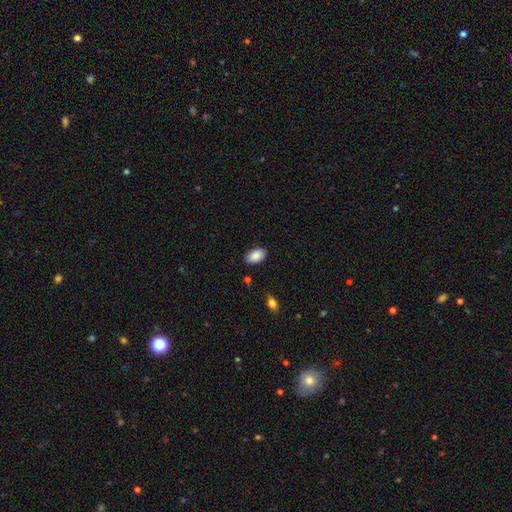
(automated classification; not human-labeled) The model was most divided on "merging": none: 87%, minor disturbance: 10%, major disturbance: 2%, merger: 2%. More confident: how rounded — in between (94%); smooth or featured — smooth (88%).